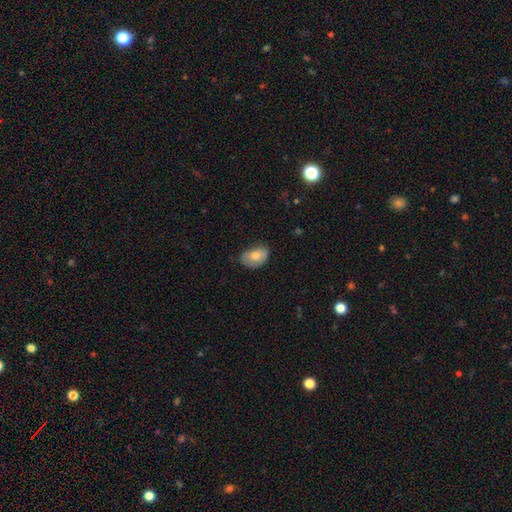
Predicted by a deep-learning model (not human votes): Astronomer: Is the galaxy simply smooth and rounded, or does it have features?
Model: smooth — 75%.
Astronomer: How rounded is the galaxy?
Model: in between — 82%.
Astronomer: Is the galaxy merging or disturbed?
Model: none — 63%.